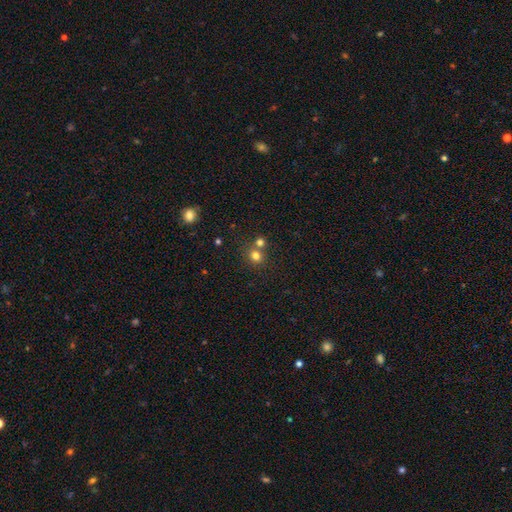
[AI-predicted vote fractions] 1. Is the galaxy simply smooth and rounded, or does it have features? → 77% smooth, 16% star or artifact, 7% featured or disk.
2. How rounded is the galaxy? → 85% round, 14% in between, 1% cigar-shaped.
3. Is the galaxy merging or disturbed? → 59% none, 31% merger, 7% minor disturbance, 3% major disturbance.